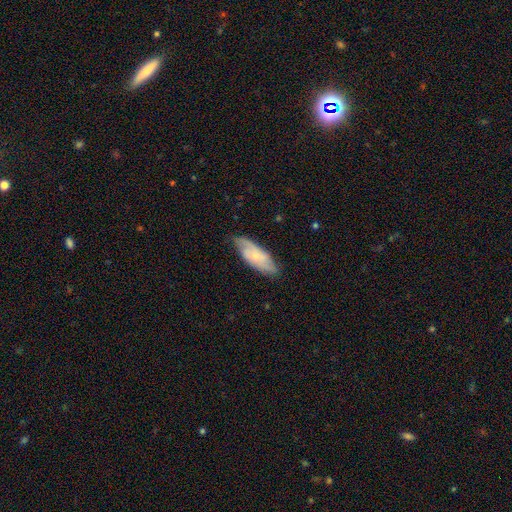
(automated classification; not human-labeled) A featured or disk galaxy (56%).

Vote fractions:
- Smooth or featured? featured or disk: 56% / smooth: 38% / star or artifact: 6%
- Edge-on disk? no: 85% / yes: 15%
- Merging? none: 72% / minor disturbance: 22% / major disturbance: 5% / merger: 1%